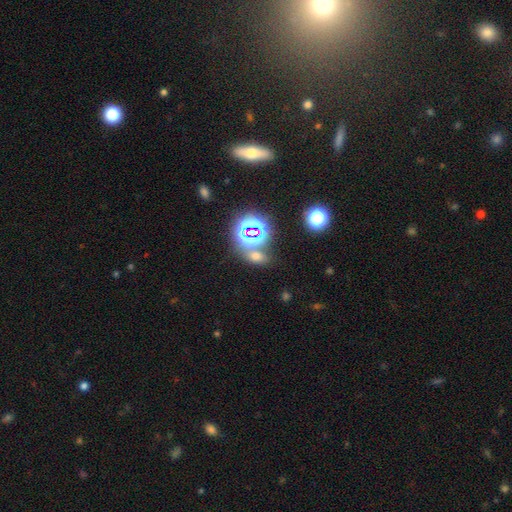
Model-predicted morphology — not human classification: Q: Smooth or featured?
A: smooth (49%); runner-up: star or artifact (42%)
Q: Merging?
A: none (67%); runner-up: merger (17%)